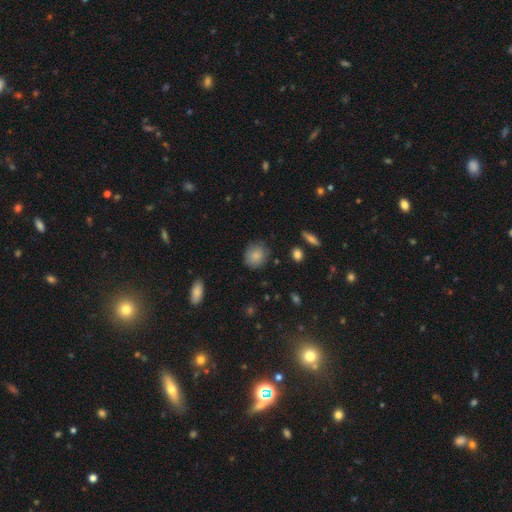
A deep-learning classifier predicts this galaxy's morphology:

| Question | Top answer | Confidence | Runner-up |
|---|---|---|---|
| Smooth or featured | smooth | 83% | featured or disk (9%) |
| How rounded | round | 77% | in between (22%) |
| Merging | none | 78% | minor disturbance (17%) |